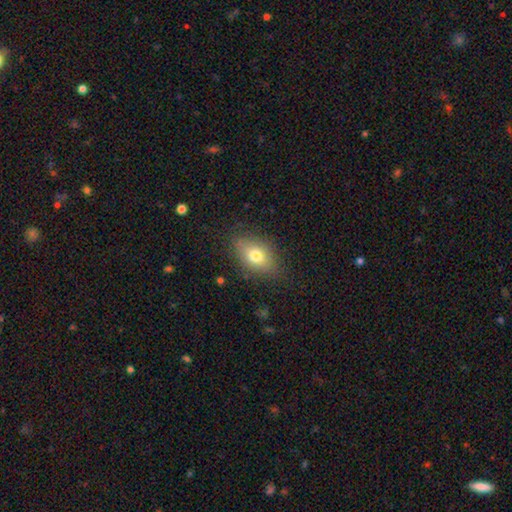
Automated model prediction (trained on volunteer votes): Smooth or featured? smooth (74%)
How rounded? in between (82%)
Merging? none (77%)